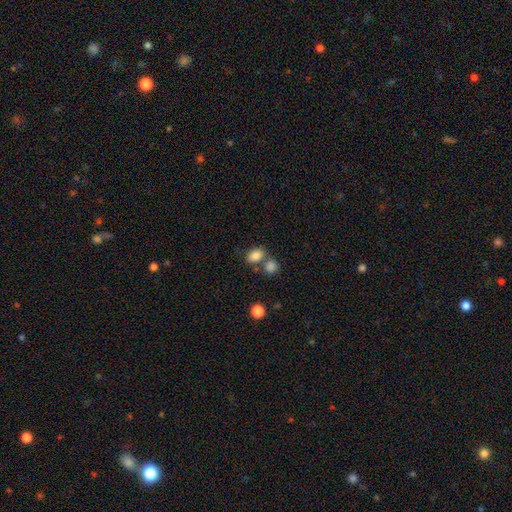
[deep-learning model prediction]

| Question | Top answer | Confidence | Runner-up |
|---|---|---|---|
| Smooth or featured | smooth | 84% | star or artifact (10%) |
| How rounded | in between | 77% | round (22%) |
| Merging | none | 53% | merger (31%) |